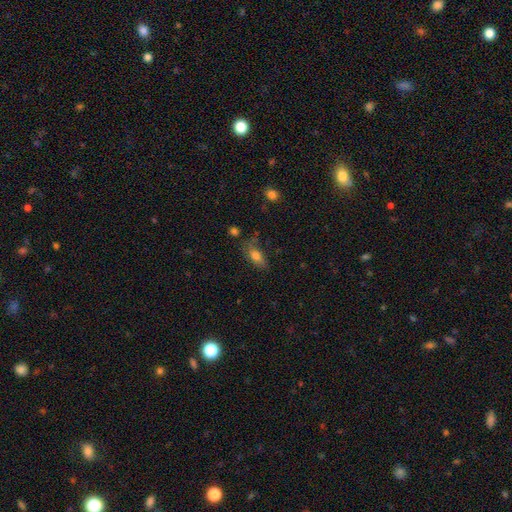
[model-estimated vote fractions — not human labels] Smooth or featured?
  - smooth: 75% *
  - featured or disk: 16%
  - star or artifact: 10%
How rounded?
  - in between: 81% *
  - cigar-shaped: 13%
  - round: 6%
Merging?
  - none: 63% *
  - minor disturbance: 24%
  - major disturbance: 8%
  - merger: 5%